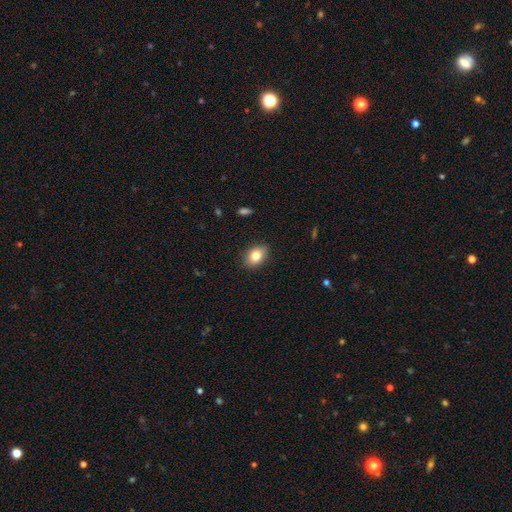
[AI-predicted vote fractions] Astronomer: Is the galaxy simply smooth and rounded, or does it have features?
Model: smooth — 80%.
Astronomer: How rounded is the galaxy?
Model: in between — 72%.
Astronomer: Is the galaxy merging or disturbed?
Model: none — 87%.